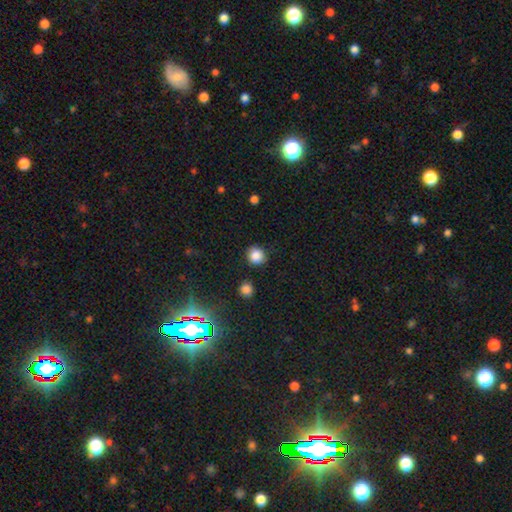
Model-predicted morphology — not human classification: Smooth or featured? Predicted: smooth (p=0.85). How rounded? Predicted: round (p=0.89). Merging? Predicted: none (p=0.87).